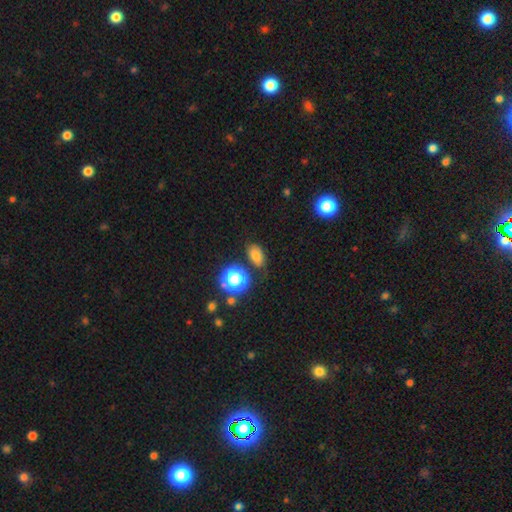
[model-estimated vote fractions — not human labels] smooth 71%, star or artifact 19%, featured or disk 10%. Down the decision tree: how rounded — in between (81%); merging — none (75%).